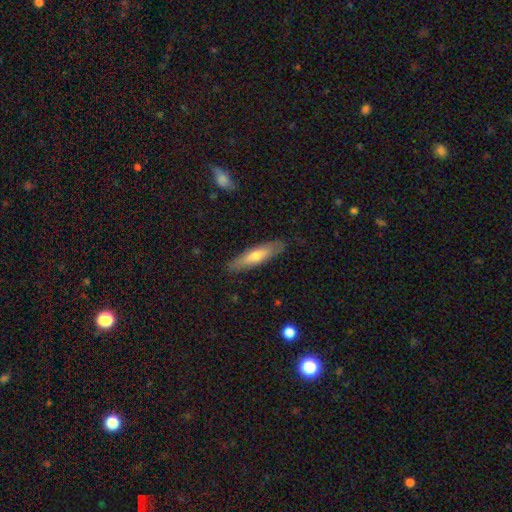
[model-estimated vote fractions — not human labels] A smooth galaxy with no disk features (57%) that is cigar-shaped (77%).

Vote fractions:
- Smooth or featured? smooth: 57% / featured or disk: 37% / star or artifact: 6%
- How rounded? cigar-shaped: 77% / in between: 21% / round: 2%
- Merging? none: 87% / minor disturbance: 10% / major disturbance: 2% / merger: 1%